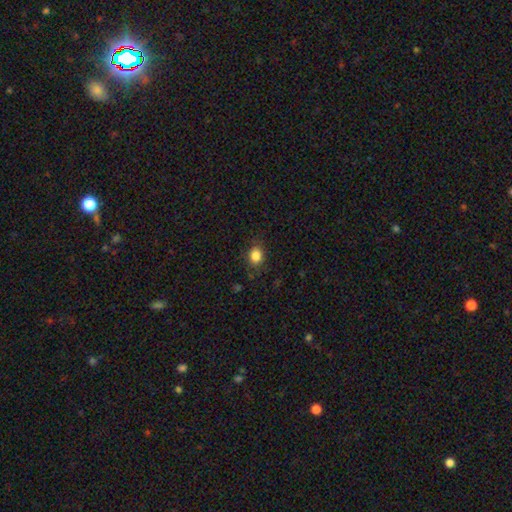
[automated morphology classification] This is clearly a smooth galaxy (84%). How rounded: possibly round (56%). Merging: clearly none (82%).